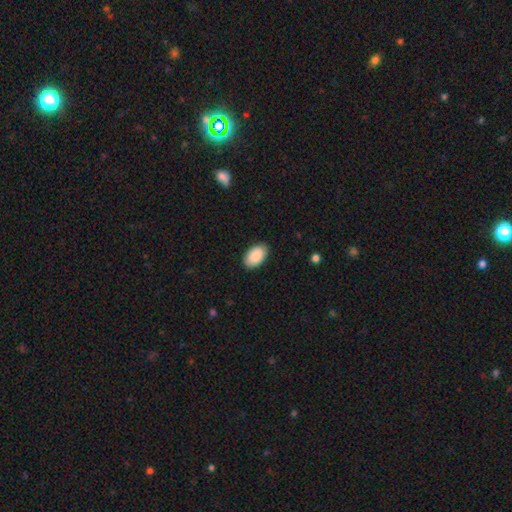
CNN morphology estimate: smooth_or_featured: smooth (p=0.89) [alt: star or artifact p=0.06]
how_rounded: in between (p=0.95) [alt: round p=0.04]
merging: none (p=0.88) [alt: minor disturbance p=0.09]